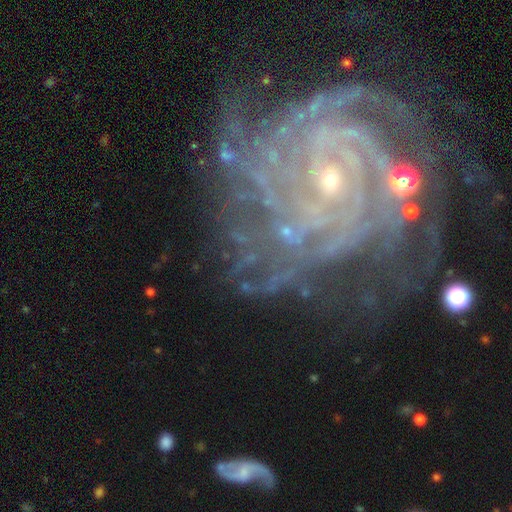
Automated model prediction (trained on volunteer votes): smooth_or_featured: featured or disk (p=0.88) [alt: star or artifact p=0.08]
disk_edge_on: no (p=0.97) [alt: yes p=0.03]
bar: no (p=0.64) [alt: weak p=0.25]
has_spiral_arms: yes (p=0.98) [alt: no p=0.02]
spiral_winding: tight (p=0.78) [alt: medium p=0.18]
spiral_arm_count: more than 4 (p=0.26) [alt: can't tell p=0.22]
bulge_size: small (p=0.83) [alt: moderate p=0.13]
merging: none (p=0.66) [alt: minor disturbance p=0.18]